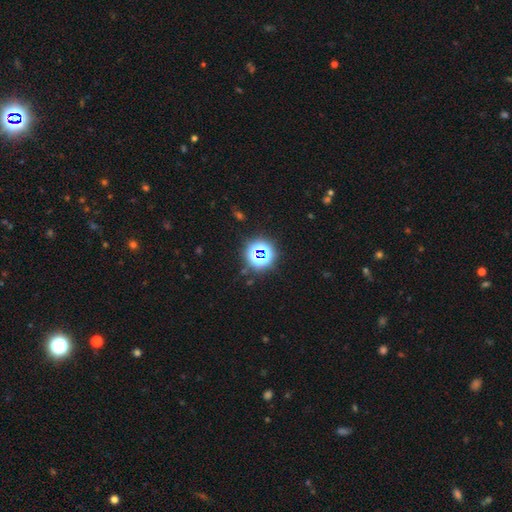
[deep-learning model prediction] A star or artifact, not a galaxy (70%).